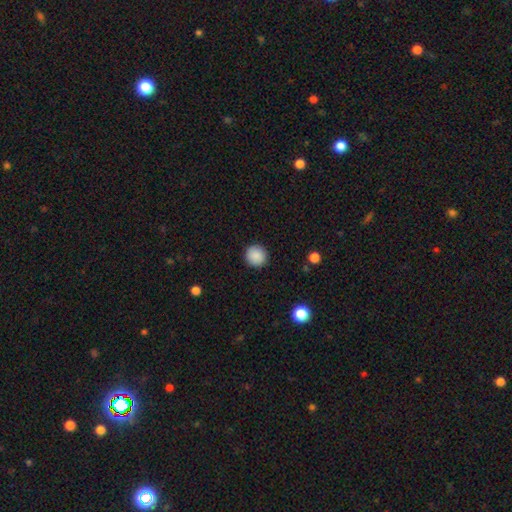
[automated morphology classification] The model was most divided on "smooth or featured": smooth: 89%, star or artifact: 8%, featured or disk: 3%. More confident: how rounded — round (93%); merging — none (92%).